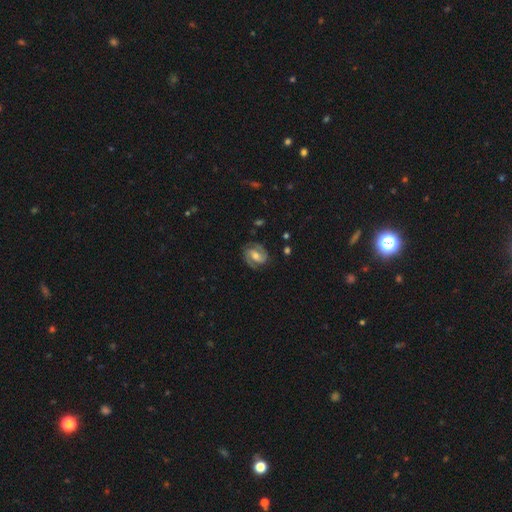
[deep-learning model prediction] smooth_or_featured: featured or disk (p=0.82) [alt: smooth p=0.12]
disk_edge_on: no (p=0.97) [alt: yes p=0.03]
bar: weak (p=0.46) [alt: no p=0.28]
has_spiral_arms: yes (p=0.95) [alt: no p=0.05]
spiral_winding: medium (p=0.47) [alt: tight p=0.41]
spiral_arm_count: 2 (p=0.89) [alt: can't tell p=0.05]
bulge_size: moderate (p=0.65) [alt: small p=0.25]
merging: none (p=0.78) [alt: minor disturbance p=0.15]